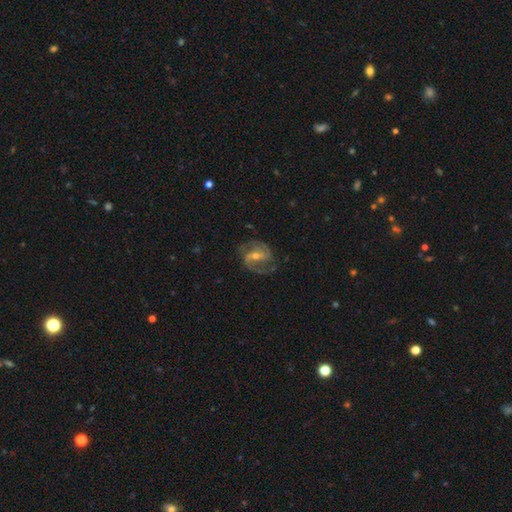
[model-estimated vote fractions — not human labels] Smooth or featured? featured or disk (87%)
Edge-on disk? no (97%)
Bar? weak (41%, tied with strong)
Spiral arms? yes (96%)
Spiral winding? medium (54%)
Spiral arm count? 2 (83%)
Bulge size? moderate (50%)
Merging? none (71%)